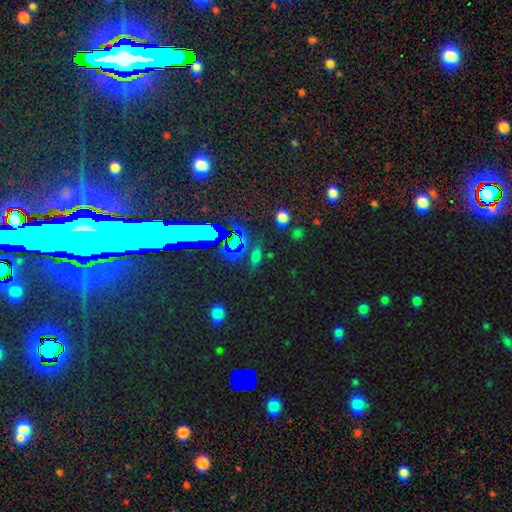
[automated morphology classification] Overall: star or artifact (47%; smooth 37%).